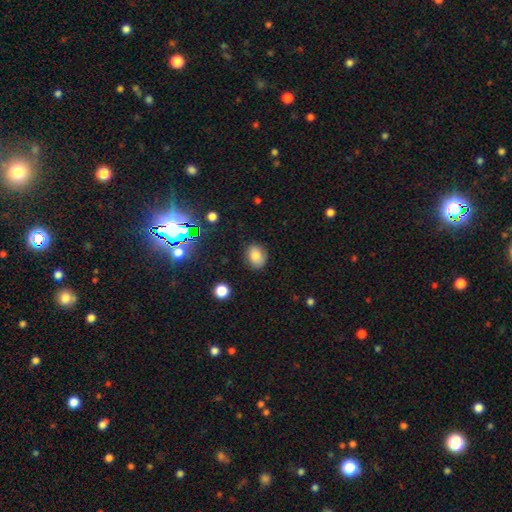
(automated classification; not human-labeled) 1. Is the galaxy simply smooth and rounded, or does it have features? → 79% smooth, 12% star or artifact, 10% featured or disk.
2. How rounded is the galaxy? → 52% in between, 47% round, 1% cigar-shaped.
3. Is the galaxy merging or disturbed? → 81% none, 14% minor disturbance, 3% major disturbance, 2% merger.